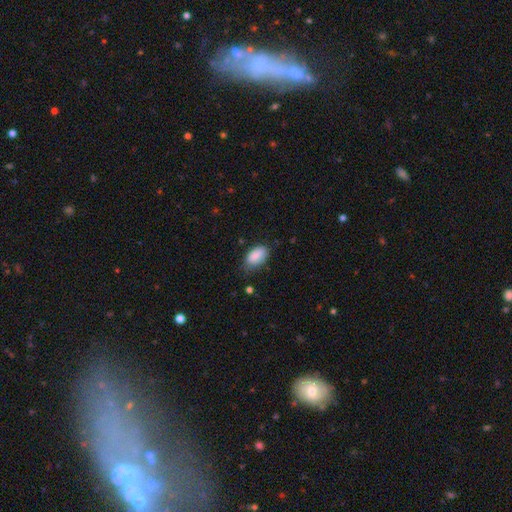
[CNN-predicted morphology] Smooth or featured? smooth (88%)
How rounded? in between (93%)
Merging? none (64%)